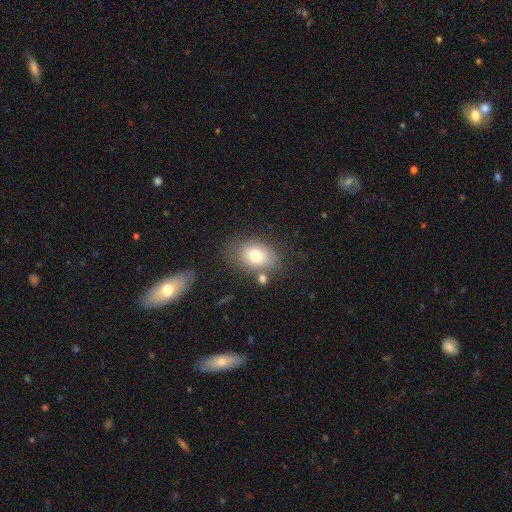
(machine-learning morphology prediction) smooth_or_featured: smooth (p=0.74) [alt: featured or disk p=0.17]
how_rounded: in between (p=0.77) [alt: round p=0.22]
merging: none (p=0.64) [alt: minor disturbance p=0.18]